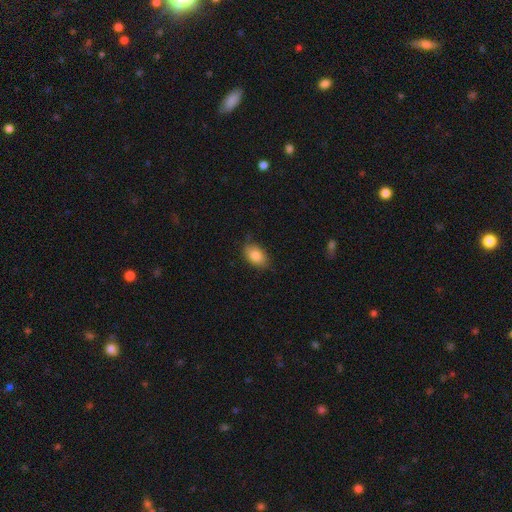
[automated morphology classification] smooth-or-featured: smooth: 84% | featured or disk: 9% | star or artifact: 7%
  how-rounded: in between: 88% | round: 10% | cigar-shaped: 2%
  merging: none: 81% | minor disturbance: 15% | major disturbance: 3% | merger: 1%